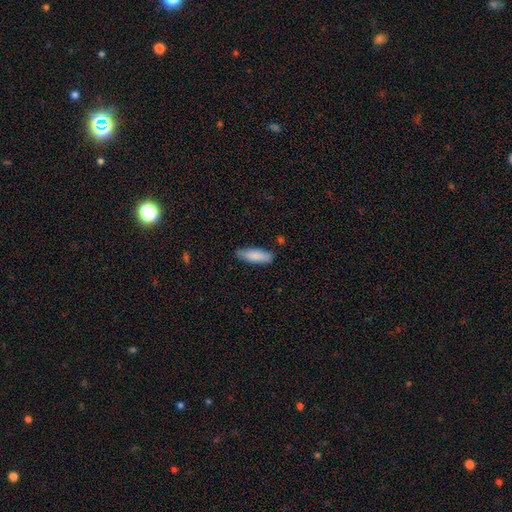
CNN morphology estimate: smooth-or-featured: smooth: 86% | featured or disk: 8% | star or artifact: 5%
  how-rounded: in between: 58% | cigar-shaped: 40% | round: 1%
  merging: none: 81% | minor disturbance: 15% | major disturbance: 2% | merger: 2%